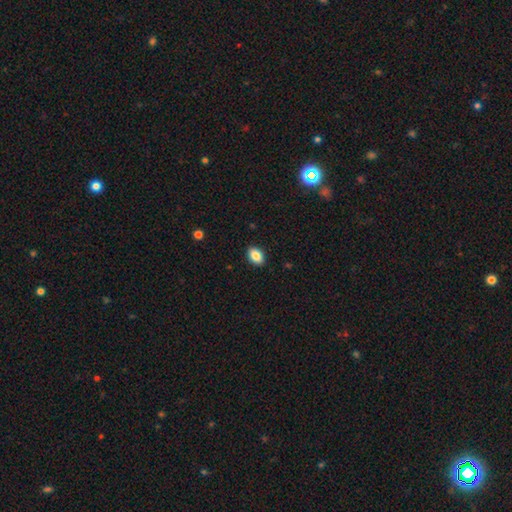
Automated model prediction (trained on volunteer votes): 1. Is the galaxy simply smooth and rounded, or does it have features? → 87% smooth, 8% star or artifact, 5% featured or disk.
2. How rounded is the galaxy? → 88% in between, 11% round, 1% cigar-shaped.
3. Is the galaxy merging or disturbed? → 90% none, 8% minor disturbance, 2% major disturbance, 1% merger.